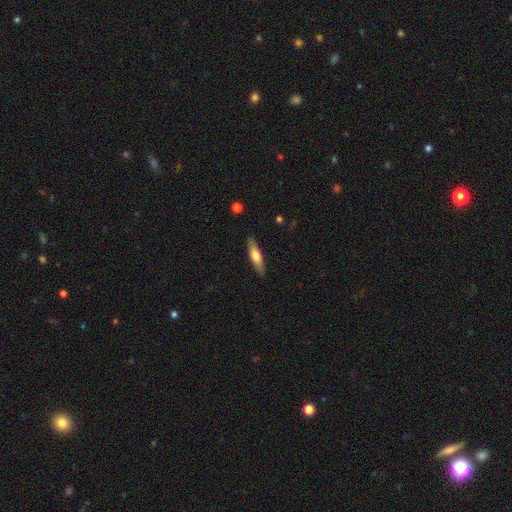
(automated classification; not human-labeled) Smooth or featured? smooth (58%)
How rounded? cigar-shaped (76%)
Merging? none (88%)